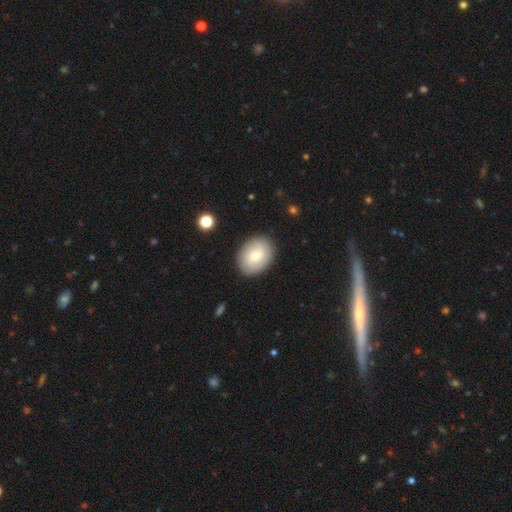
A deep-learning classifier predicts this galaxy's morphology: Overall: smooth (73%). How rounded: in between (70%). Merging: none (88%).